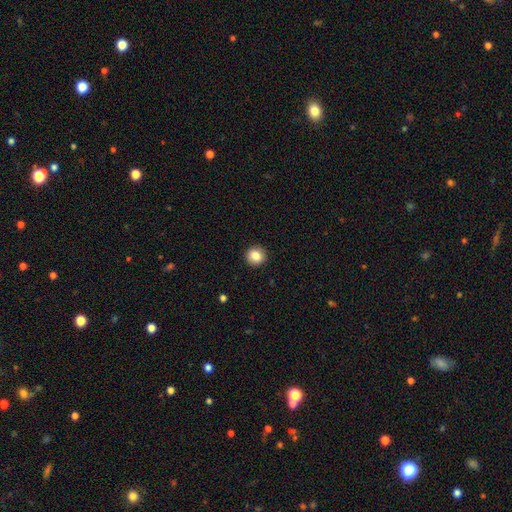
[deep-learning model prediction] smooth-or-featured: smooth: 85% | star or artifact: 9% | featured or disk: 6%
  how-rounded: round: 90% | in between: 9% | cigar-shaped: 1%
  merging: none: 92% | minor disturbance: 6% | major disturbance: 2% | merger: 1%